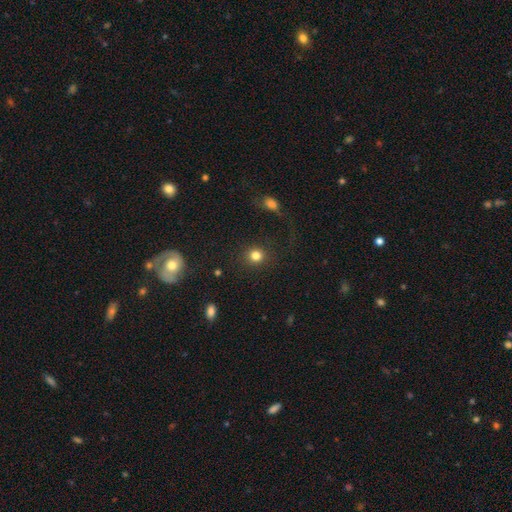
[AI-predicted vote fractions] The model was most divided on "smooth or featured": smooth: 82%, star or artifact: 13%, featured or disk: 5%. More confident: how rounded — round (88%); merging — none (88%).